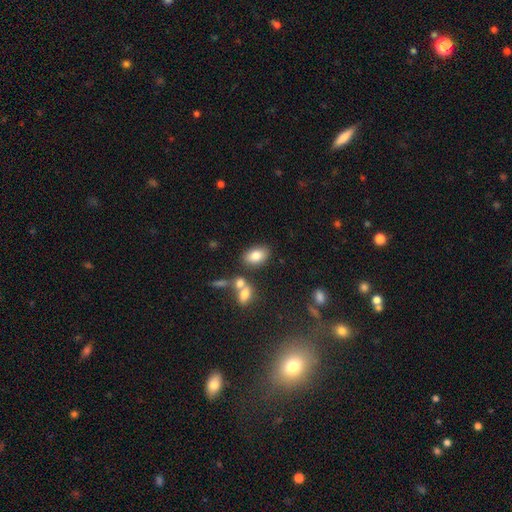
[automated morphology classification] smooth-or-featured: smooth: 80% | featured or disk: 11% | star or artifact: 9%
  how-rounded: in between: 88% | round: 11% | cigar-shaped: 2%
  merging: none: 74% | merger: 12% | minor disturbance: 11% | major disturbance: 4%